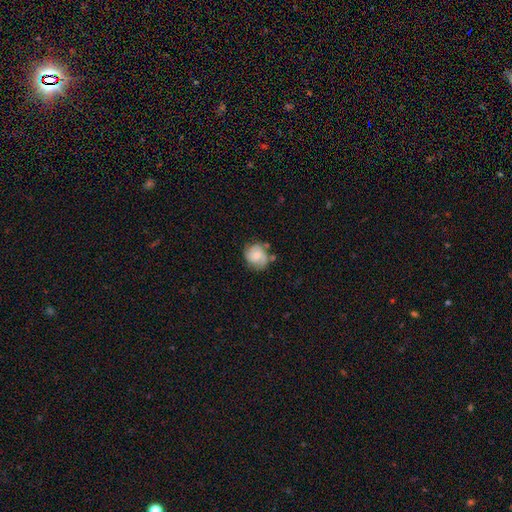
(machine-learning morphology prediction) Q: Smooth or featured?
A: featured or disk (48%); runner-up: smooth (44%)
Q: Merging?
A: none (62%); runner-up: minor disturbance (24%)